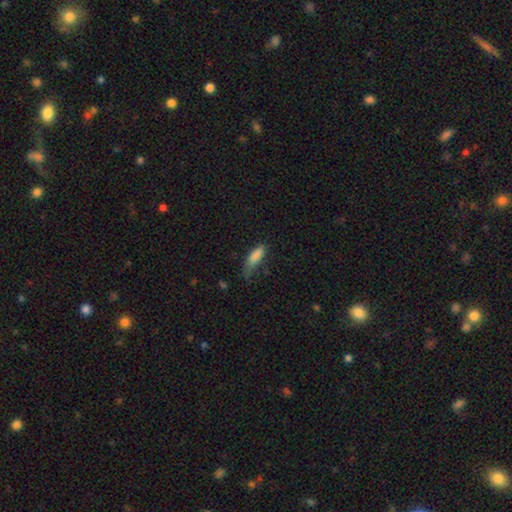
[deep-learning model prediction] A smooth galaxy with no disk features (83%) that is in between round and cigar-shaped (52%).

Vote fractions:
- Smooth or featured? smooth: 83% / featured or disk: 9% / star or artifact: 8%
- How rounded? in between: 52% / cigar-shaped: 46% / round: 2%
- Merging? none: 43% / minor disturbance: 38% / major disturbance: 17% / merger: 3%